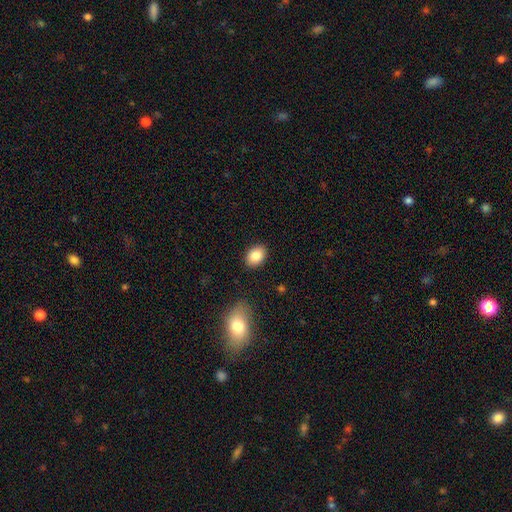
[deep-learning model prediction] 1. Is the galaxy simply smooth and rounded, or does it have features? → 85% smooth, 8% star or artifact, 7% featured or disk.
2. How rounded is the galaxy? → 77% in between, 22% round, 1% cigar-shaped.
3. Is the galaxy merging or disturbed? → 87% none, 9% minor disturbance, 2% major disturbance, 2% merger.